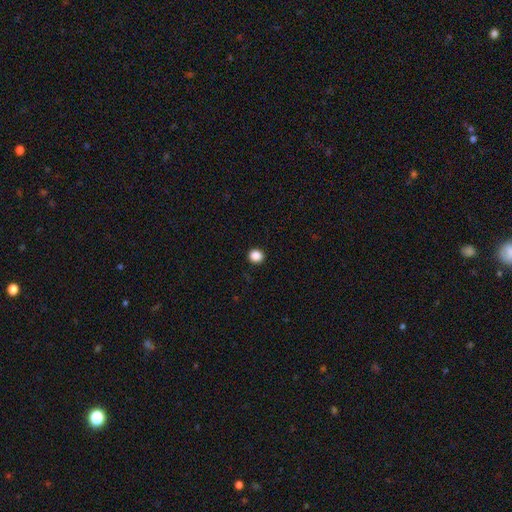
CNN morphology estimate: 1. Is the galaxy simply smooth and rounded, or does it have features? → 87% smooth, 10% star or artifact, 2% featured or disk.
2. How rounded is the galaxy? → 90% round, 9% in between, 1% cigar-shaped.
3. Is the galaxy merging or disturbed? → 93% none, 5% minor disturbance, 2% major disturbance, 1% merger.